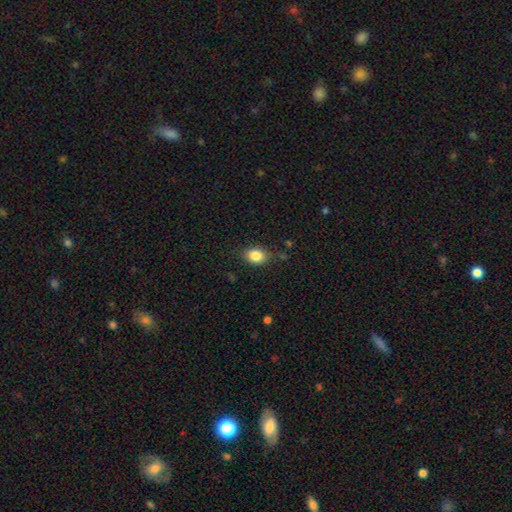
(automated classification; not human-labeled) Overall: smooth (85%). How rounded: in between (65%; round 34%). Merging: none (81%).